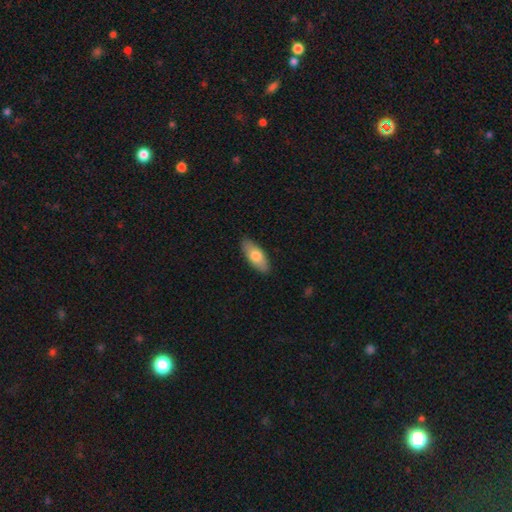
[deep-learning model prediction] smooth-or-featured: smooth: 76% | featured or disk: 19% | star or artifact: 5%
  how-rounded: in between: 79% | cigar-shaped: 18% | round: 2%
  merging: none: 88% | minor disturbance: 10% | major disturbance: 2% | merger: 1%